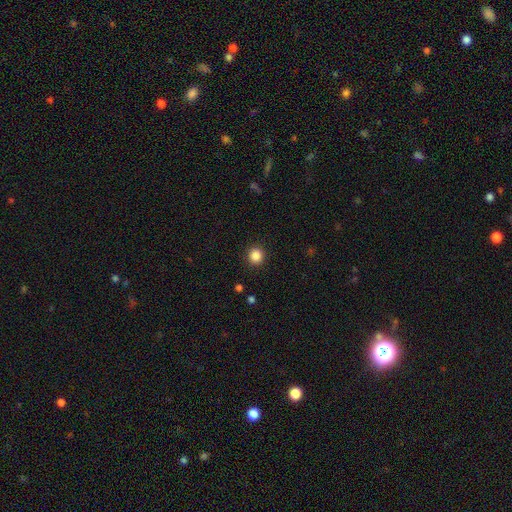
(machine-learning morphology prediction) This is clearly a smooth galaxy (86%). How rounded: clearly round (91%). Merging: clearly none (92%).